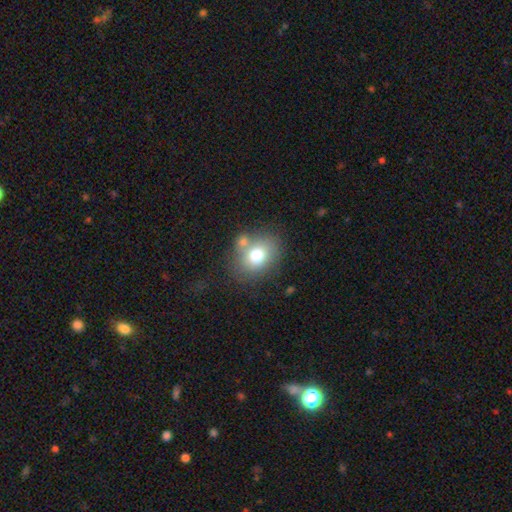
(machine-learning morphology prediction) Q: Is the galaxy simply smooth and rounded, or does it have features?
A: smooth — 74%.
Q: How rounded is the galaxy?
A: in between — 53%.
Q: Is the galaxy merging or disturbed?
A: none — 61%.